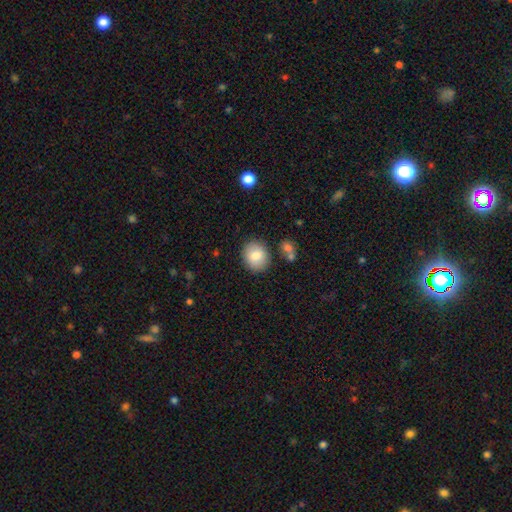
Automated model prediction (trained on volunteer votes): This appears to be a smooth galaxy with no disk features (82%) that is round (63%). Merging: none (83%).